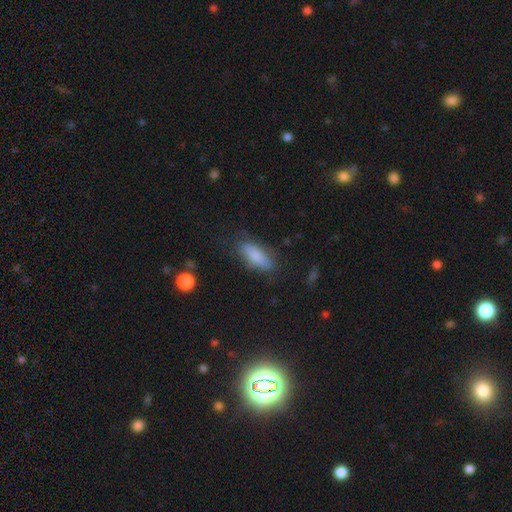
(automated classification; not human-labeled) The model was most divided on "how rounded": in between: 61%, cigar-shaped: 37%, round: 2%. More confident: smooth or featured — smooth (81%); merging — none (76%).